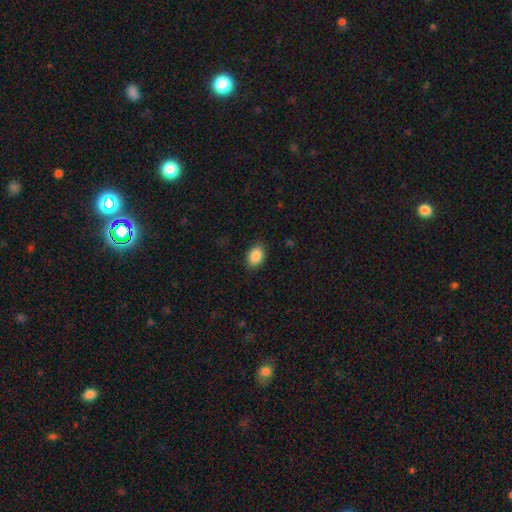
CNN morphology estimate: Smooth or featured? Predicted: smooth (p=0.87). How rounded? Predicted: in between (p=0.81). Merging? Predicted: none (p=0.88).